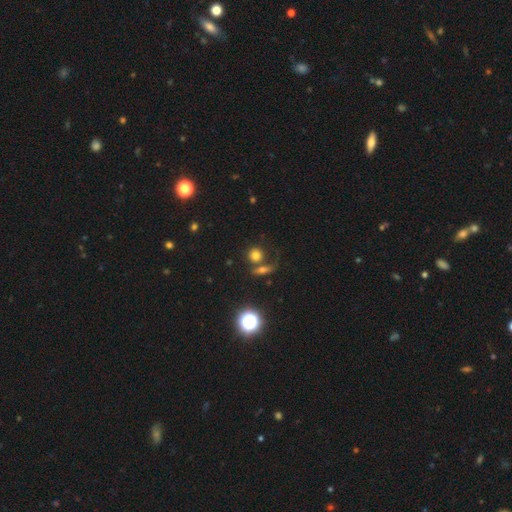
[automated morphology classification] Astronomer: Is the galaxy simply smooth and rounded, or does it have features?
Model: smooth — 72%.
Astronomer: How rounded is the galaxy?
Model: round — 85%.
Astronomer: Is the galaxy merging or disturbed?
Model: none — 63%.